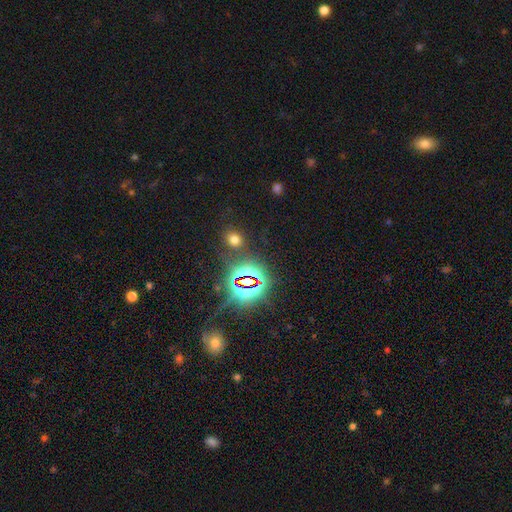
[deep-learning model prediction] star or artifact 80%, smooth 12%, featured or disk 8%.